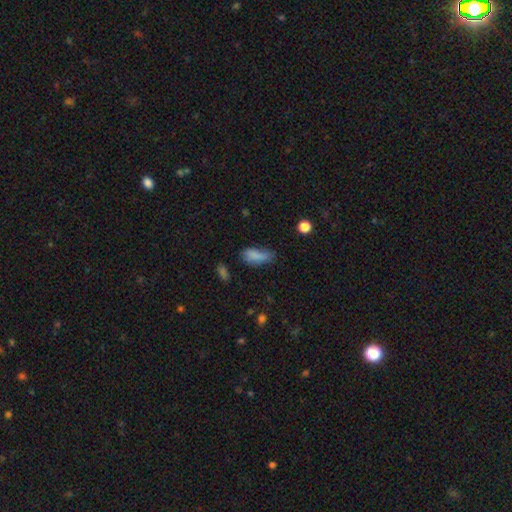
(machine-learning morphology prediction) Smooth or featured?
  - smooth: 80% *
  - featured or disk: 11%
  - star or artifact: 9%
How rounded?
  - in between: 78% *
  - cigar-shaped: 19%
  - round: 3%
Merging?
  - none: 49% *
  - minor disturbance: 33%
  - major disturbance: 13%
  - merger: 4%